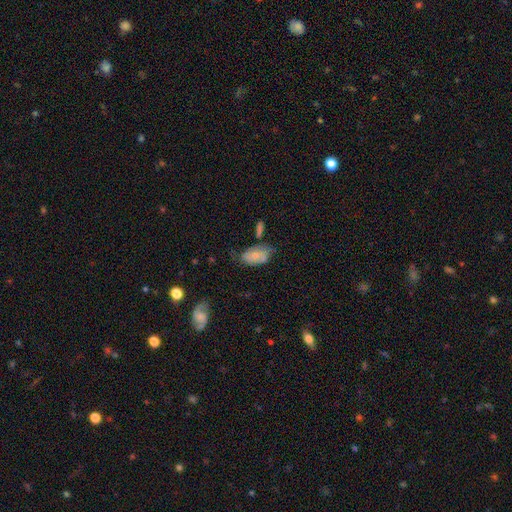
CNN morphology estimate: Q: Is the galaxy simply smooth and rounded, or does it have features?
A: smooth — 69%.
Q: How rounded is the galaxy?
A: in between — 93%.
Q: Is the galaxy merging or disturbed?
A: none — 45%.